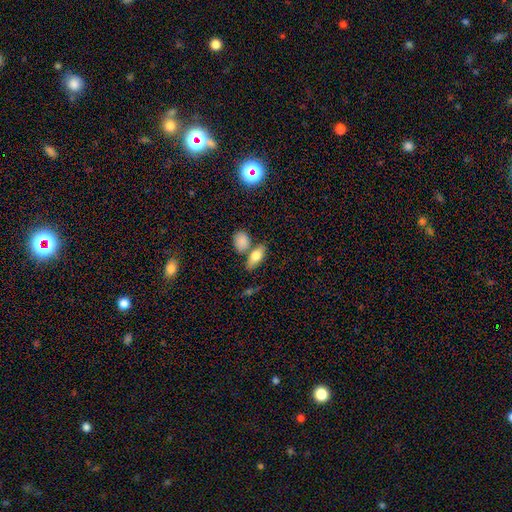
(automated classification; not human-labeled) Morphology: type=smooth (77%); roundness=in between (83%); merging=none (62%).